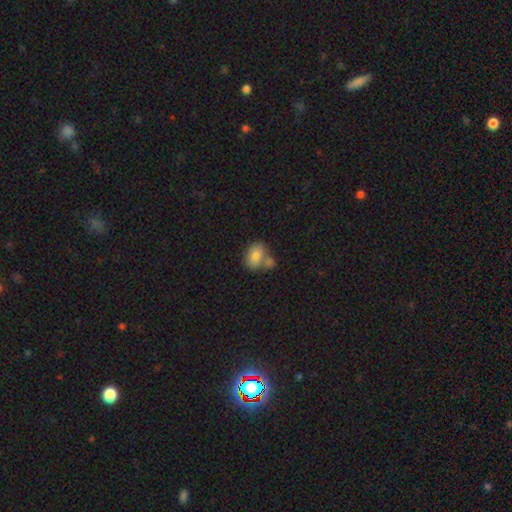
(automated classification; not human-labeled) This appears to be a smooth galaxy with no disk features (79%) that is in between round and cigar-shaped (76%). Merging: merger (41%, tied with none).